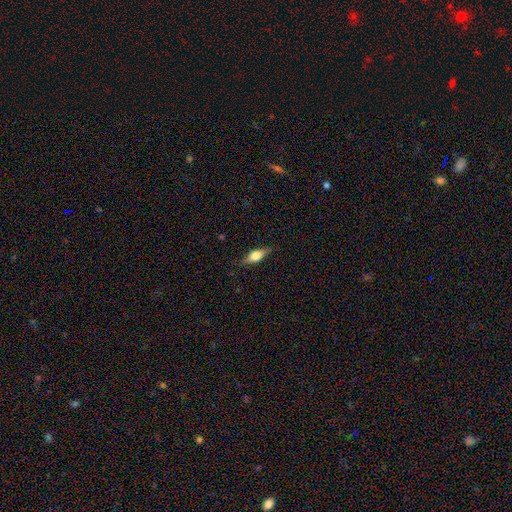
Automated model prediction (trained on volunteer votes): This is possibly a smooth galaxy (58%). How rounded: likely in between (68%). Merging: clearly none (82%).